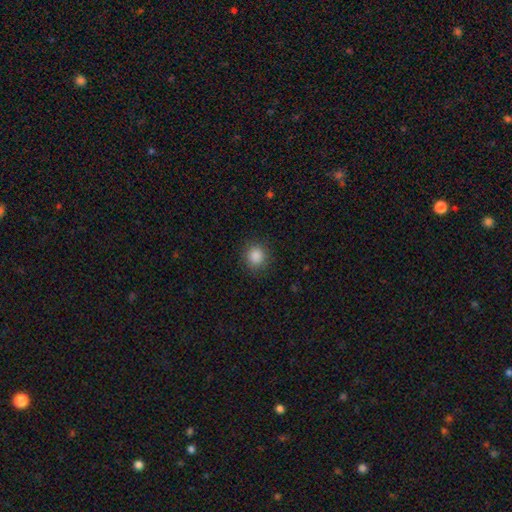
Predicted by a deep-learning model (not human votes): Smooth or featured? Predicted: smooth (p=0.87). How rounded? Predicted: round (p=0.88). Merging? Predicted: none (p=0.89).